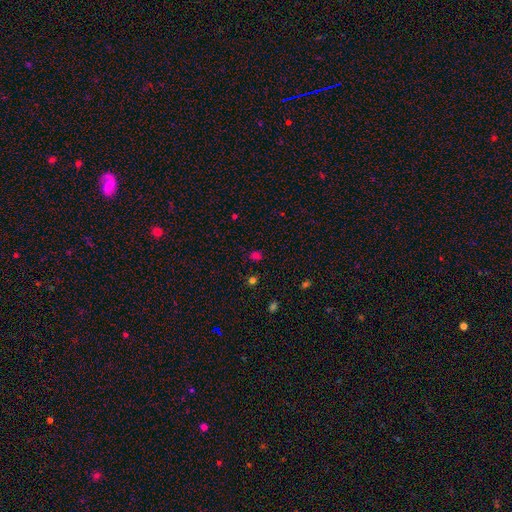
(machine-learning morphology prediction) A smooth galaxy with no disk features (67%) that is round (69%). Merging: none (83%).